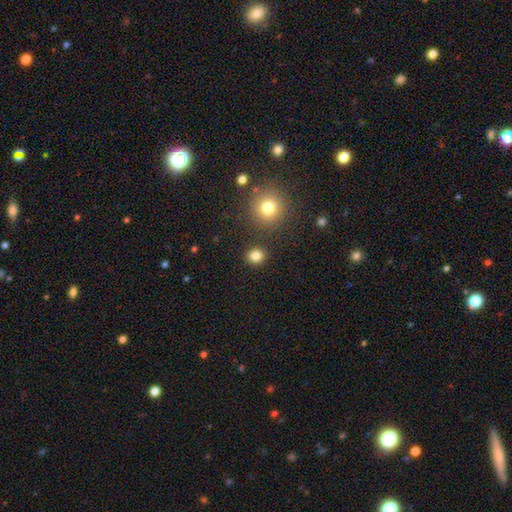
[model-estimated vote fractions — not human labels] This is clearly a smooth galaxy (83%). How rounded: clearly round (82%). Merging: clearly none (87%).